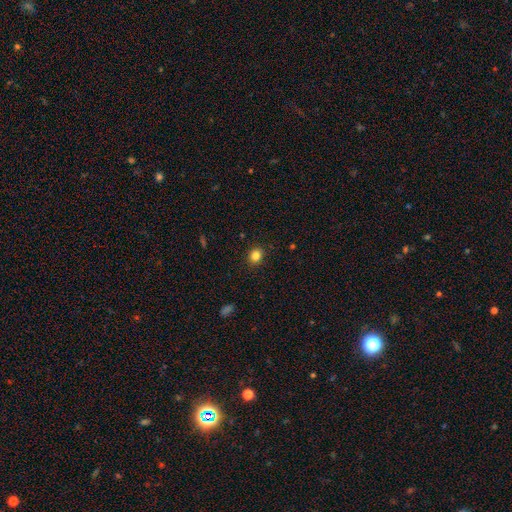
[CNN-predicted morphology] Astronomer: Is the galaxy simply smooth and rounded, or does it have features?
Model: smooth — 83%.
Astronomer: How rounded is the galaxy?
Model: round — 73%.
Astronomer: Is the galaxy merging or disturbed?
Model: none — 91%.